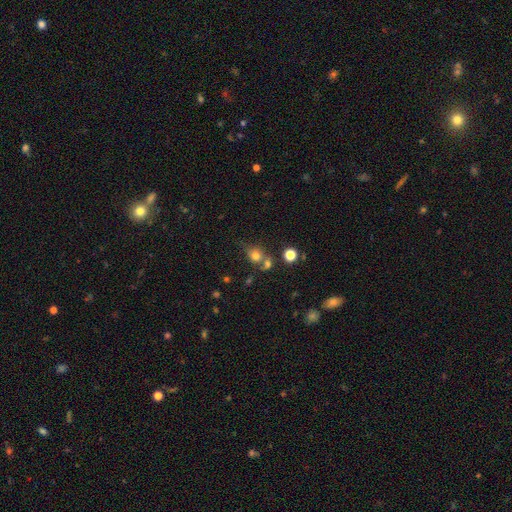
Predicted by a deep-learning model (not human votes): Smooth or featured?
  - smooth: 73% *
  - star or artifact: 16%
  - featured or disk: 11%
How rounded?
  - round: 75% *
  - in between: 24%
  - cigar-shaped: 1%
Merging?
  - none: 50% *
  - merger: 30%
  - minor disturbance: 14%
  - major disturbance: 6%